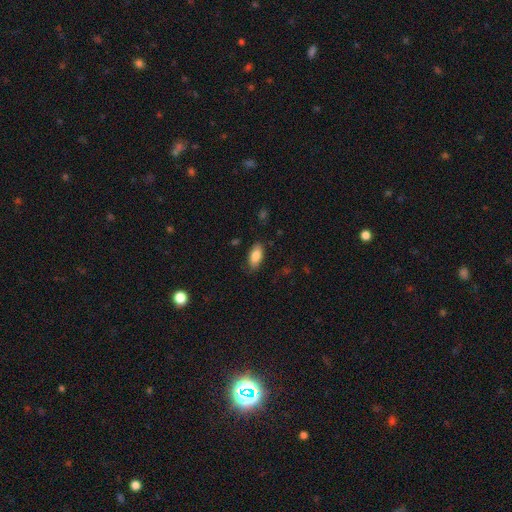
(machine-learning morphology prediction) Smooth or featured?
  - smooth: 85% *
  - featured or disk: 8%
  - star or artifact: 7%
How rounded?
  - in between: 90% *
  - cigar-shaped: 7%
  - round: 3%
Merging?
  - none: 83% *
  - minor disturbance: 13%
  - major disturbance: 3%
  - merger: 1%